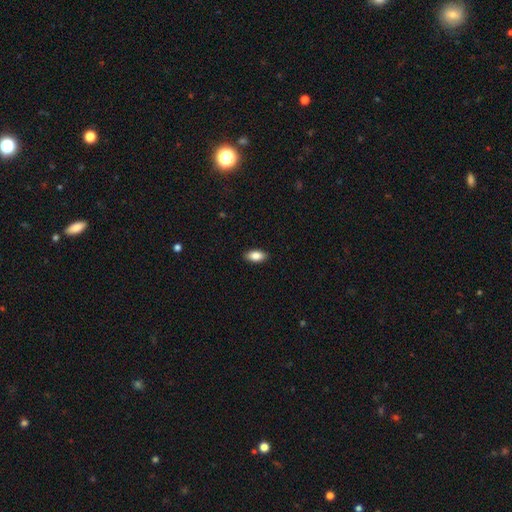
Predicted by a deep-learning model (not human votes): smooth 86%, featured or disk 7%, star or artifact 7%. Down the decision tree: how rounded — in between (91%); merging — none (89%).